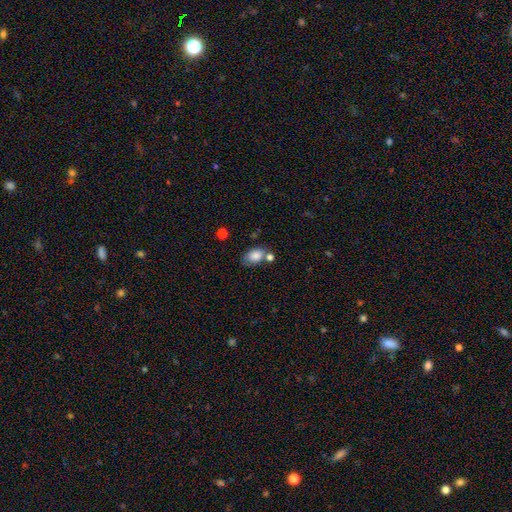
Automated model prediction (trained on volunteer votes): smooth_or_featured: smooth (p=0.83) [alt: star or artifact p=0.08]
how_rounded: in between (p=0.84) [alt: round p=0.15]
merging: none (p=0.54) [alt: minor disturbance p=0.20]